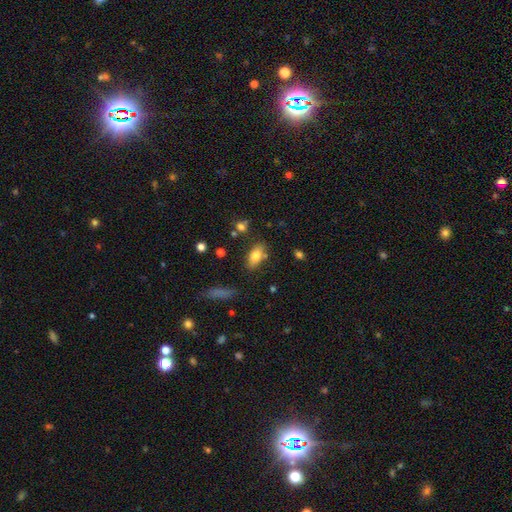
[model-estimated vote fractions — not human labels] A smooth galaxy with no disk features (78%) that is in between round and cigar-shaped (87%).

Vote fractions:
- Smooth or featured? smooth: 78% / featured or disk: 13% / star or artifact: 9%
- How rounded? in between: 87% / cigar-shaped: 8% / round: 5%
- Merging? none: 75% / minor disturbance: 14% / merger: 7% / major disturbance: 4%